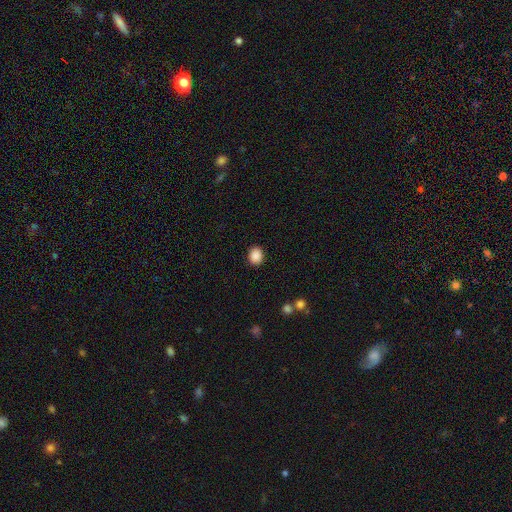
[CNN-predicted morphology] This is clearly a smooth galaxy (89%). How rounded: possibly round (58%). Merging: clearly none (90%).